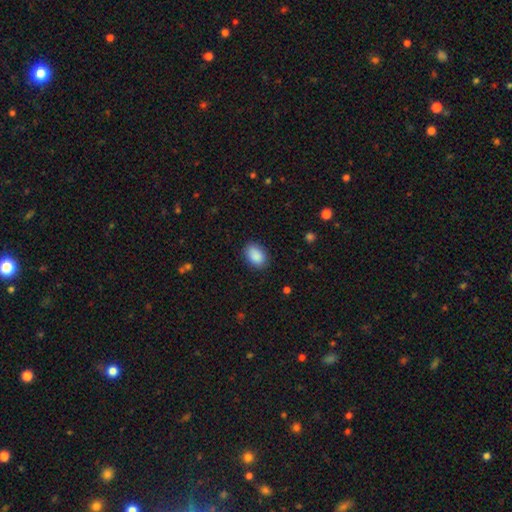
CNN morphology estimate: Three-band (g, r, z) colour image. It shows a smooth galaxy with no disk features (90%) that is in between round and cigar-shaped (83%). Merging: none (86%).